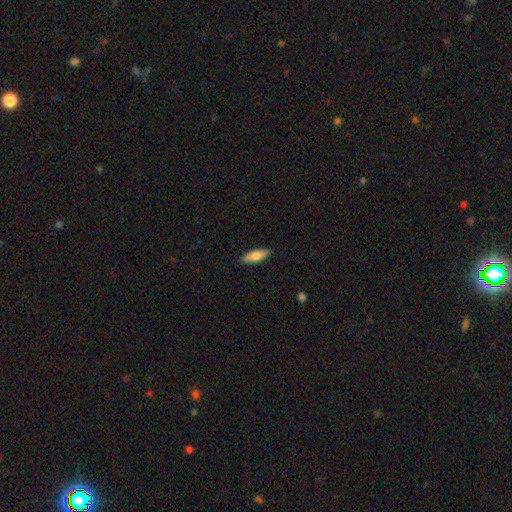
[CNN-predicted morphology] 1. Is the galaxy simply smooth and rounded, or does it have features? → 75% smooth, 19% featured or disk, 6% star or artifact.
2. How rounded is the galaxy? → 56% in between, 42% cigar-shaped, 2% round.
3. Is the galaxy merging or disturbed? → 89% none, 8% minor disturbance, 2% major disturbance, 1% merger.